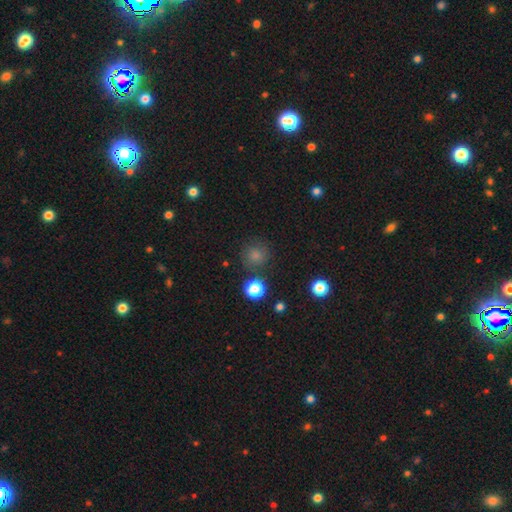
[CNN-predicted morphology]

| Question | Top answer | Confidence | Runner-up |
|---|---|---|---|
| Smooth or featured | smooth | 79% | star or artifact (15%) |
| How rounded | round | 91% | in between (8%) |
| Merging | none | 80% | minor disturbance (11%) |